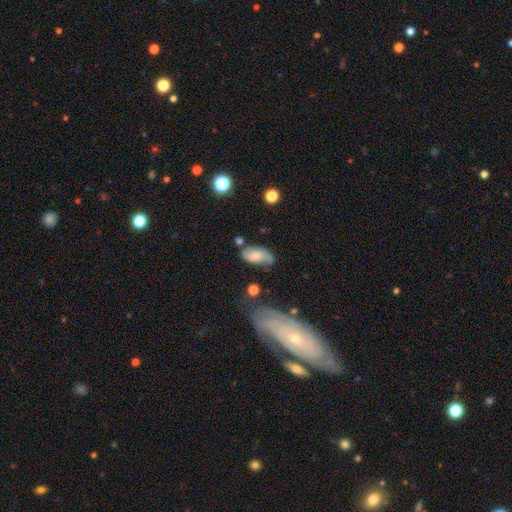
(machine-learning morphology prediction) A smooth galaxy with no disk features (57%) that is in between round and cigar-shaped (90%). Merging: none (58%).